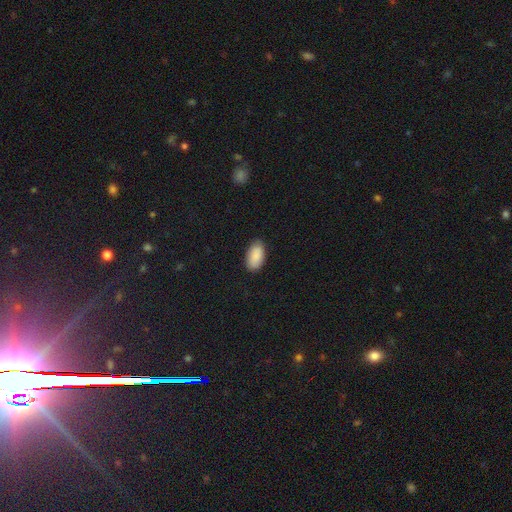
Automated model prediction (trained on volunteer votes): Smooth or featured? smooth (90%)
How rounded? in between (95%)
Merging? none (83%)